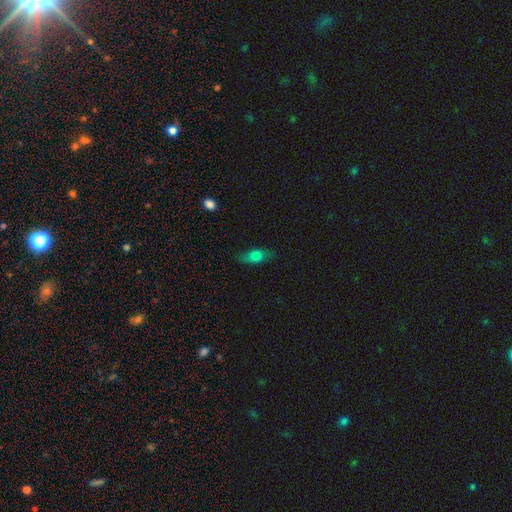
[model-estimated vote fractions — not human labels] Smooth or featured?
  - smooth: 73% *
  - featured or disk: 17%
  - star or artifact: 10%
How rounded?
  - in between: 75% *
  - cigar-shaped: 19%
  - round: 6%
Merging?
  - none: 76% *
  - minor disturbance: 18%
  - major disturbance: 5%
  - merger: 1%